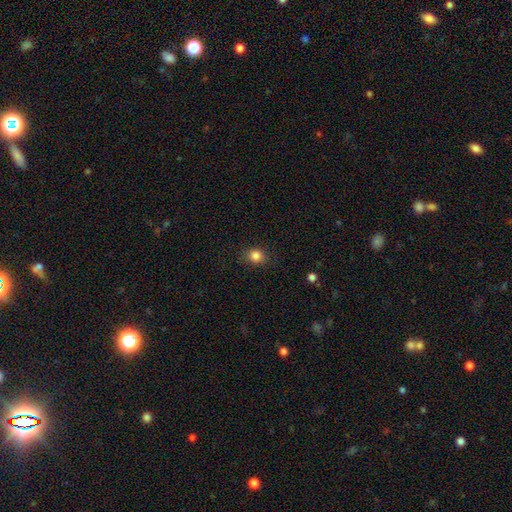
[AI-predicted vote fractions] Smooth or featured? smooth (84%)
How rounded? round (66%)
Merging? none (85%)